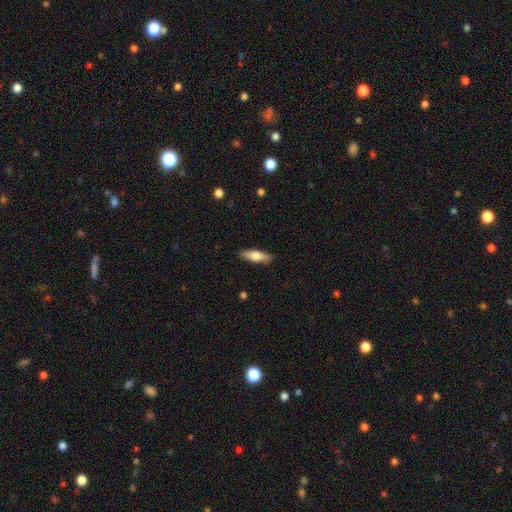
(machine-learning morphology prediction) smooth 63%, featured or disk 31%, star or artifact 6%. Down the decision tree: how rounded — in between (51%); merging — none (88%).